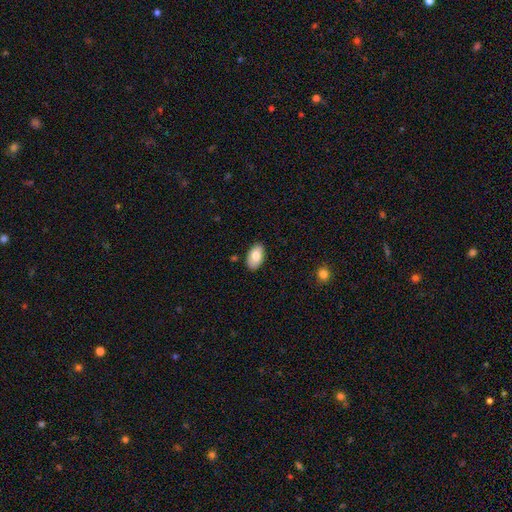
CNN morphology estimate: This is clearly a smooth galaxy (80%). How rounded: clearly in between (94%). Merging: clearly none (86%).